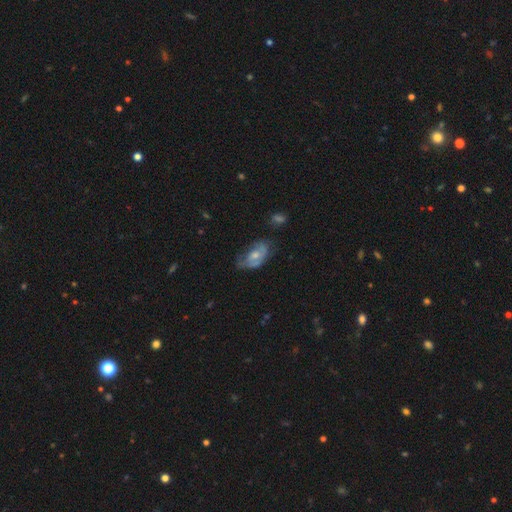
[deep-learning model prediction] Morphology: type=featured or disk (53%); edge-on=no (93%); merging=none (40%).